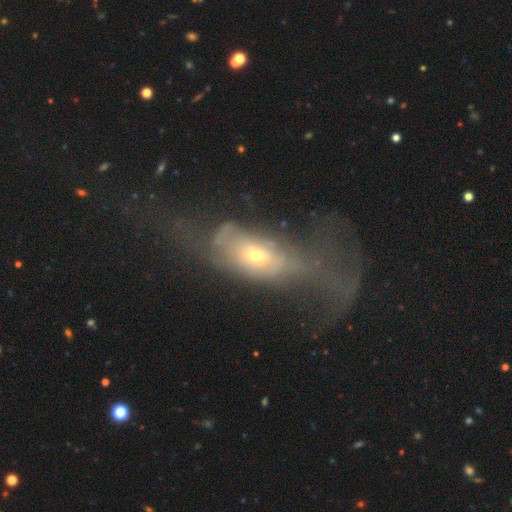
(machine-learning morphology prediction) featured or disk 55%, smooth 33%, star or artifact 11%. Down the decision tree: edge-on disk — no (87%); merging — major disturbance (64%).